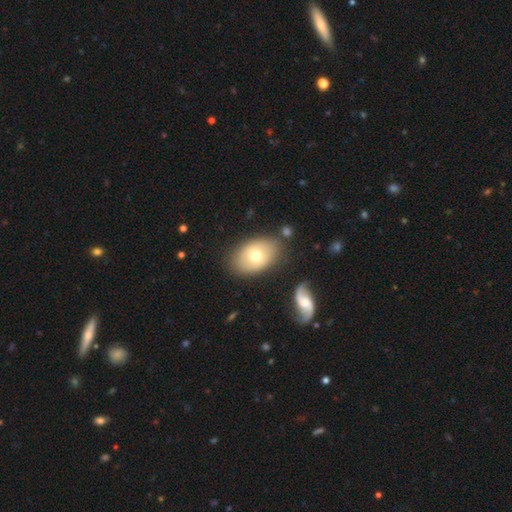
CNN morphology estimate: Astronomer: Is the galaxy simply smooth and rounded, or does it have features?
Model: smooth — 67%.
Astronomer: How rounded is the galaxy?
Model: in between — 87%.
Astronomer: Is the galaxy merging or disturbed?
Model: none — 76%.